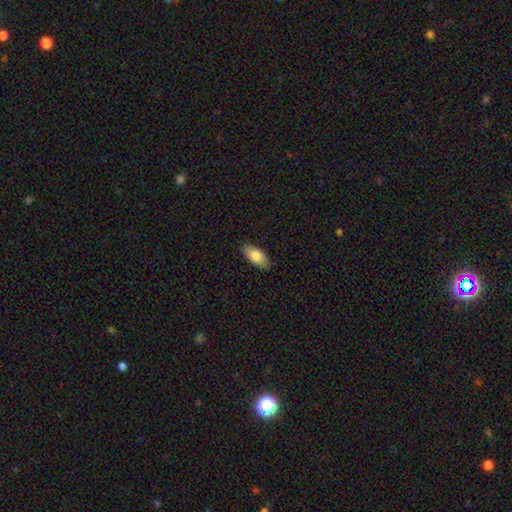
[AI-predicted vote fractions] Smooth or featured?
  - smooth: 79% *
  - featured or disk: 15%
  - star or artifact: 6%
How rounded?
  - in between: 90% *
  - cigar-shaped: 8%
  - round: 3%
Merging?
  - none: 86% *
  - minor disturbance: 11%
  - major disturbance: 2%
  - merger: 1%